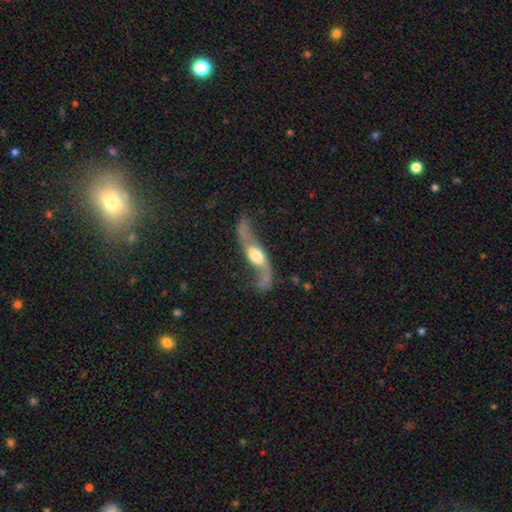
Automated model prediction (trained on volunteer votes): Smooth or featured? Predicted: featured or disk (p=0.77). Edge-on disk? Predicted: no (p=0.79). Bar? Predicted: no (p=0.55). Spiral arms? Predicted: yes (p=0.87). Spiral winding? Predicted: loose (p=0.90). Spiral arm count? Predicted: 2 (p=0.90). Bulge size? Predicted: moderate (p=0.51). Merging? Predicted: none (p=0.50).